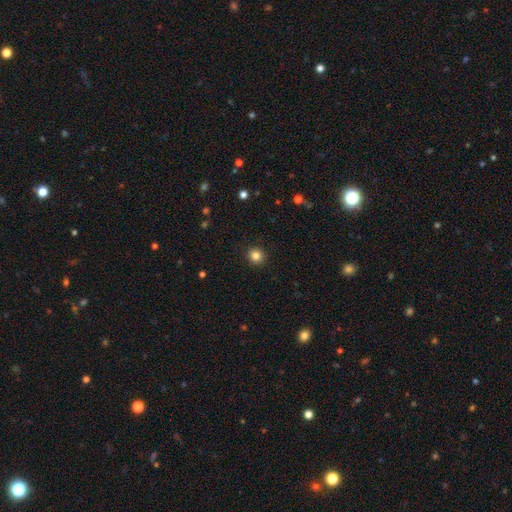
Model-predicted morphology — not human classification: Q: Smooth or featured?
A: smooth (84%); runner-up: star or artifact (12%)
Q: How rounded?
A: round (92%); runner-up: in between (7%)
Q: Merging?
A: none (92%); runner-up: minor disturbance (5%)